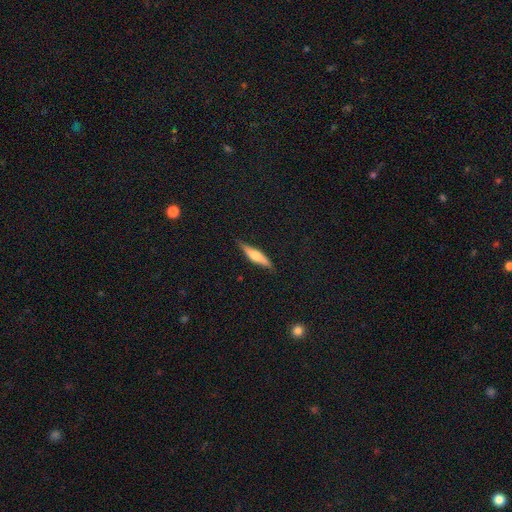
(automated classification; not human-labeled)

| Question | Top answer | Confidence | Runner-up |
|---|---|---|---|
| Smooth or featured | smooth | 49% | featured or disk (45%) |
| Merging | none | 78% | minor disturbance (18%) |